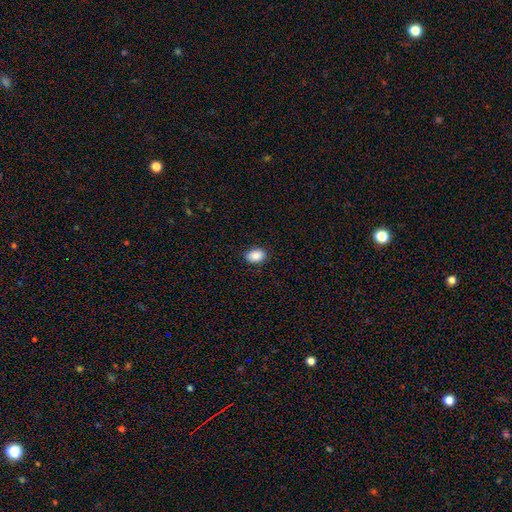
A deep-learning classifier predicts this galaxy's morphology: This appears to be a smooth galaxy with no disk features (88%) that is in between round and cigar-shaped (82%). Merging: none (88%).